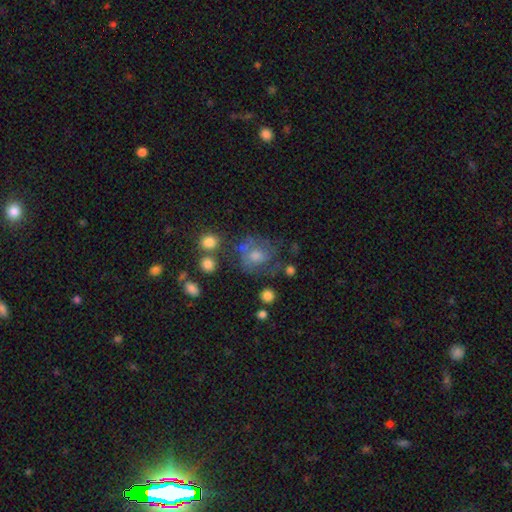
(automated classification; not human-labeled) This appears to be a smooth galaxy with no disk features (49%). Merging: none (54%).